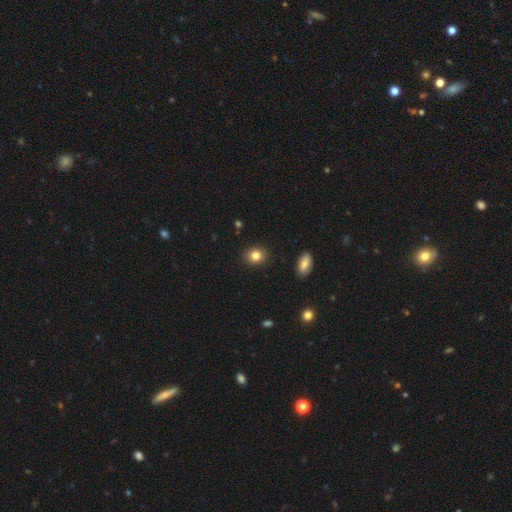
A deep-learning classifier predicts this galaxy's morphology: Q: Smooth or featured?
A: smooth (83%); runner-up: star or artifact (11%)
Q: How rounded?
A: round (68%); runner-up: in between (31%)
Q: Merging?
A: none (90%); runner-up: minor disturbance (7%)